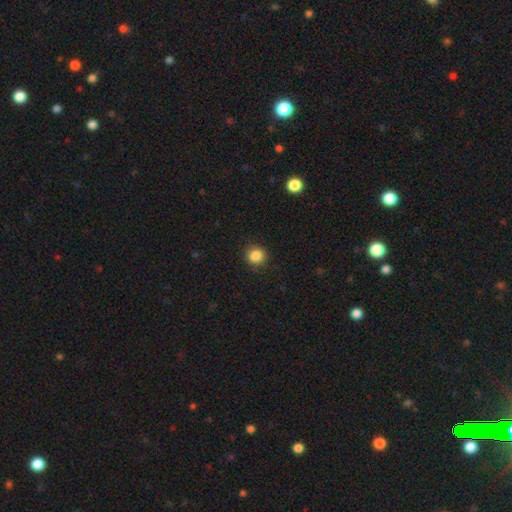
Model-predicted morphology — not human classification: A smooth galaxy with no disk features (86%) that is round (91%). Merging: none (90%).